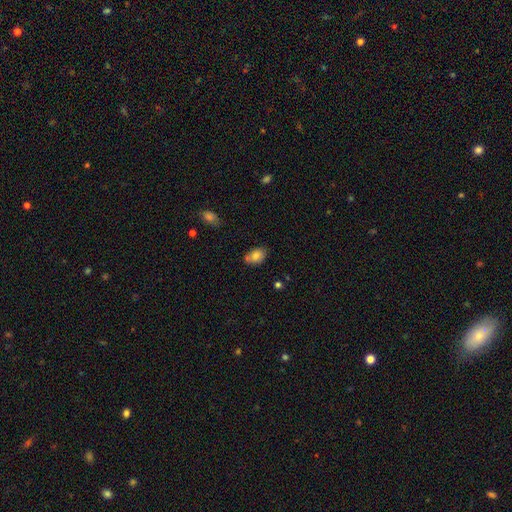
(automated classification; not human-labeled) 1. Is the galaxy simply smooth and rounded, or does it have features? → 78% smooth, 13% featured or disk, 9% star or artifact.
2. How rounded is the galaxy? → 83% in between, 16% round, 1% cigar-shaped.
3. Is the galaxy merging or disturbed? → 62% none, 23% minor disturbance, 11% merger, 5% major disturbance.